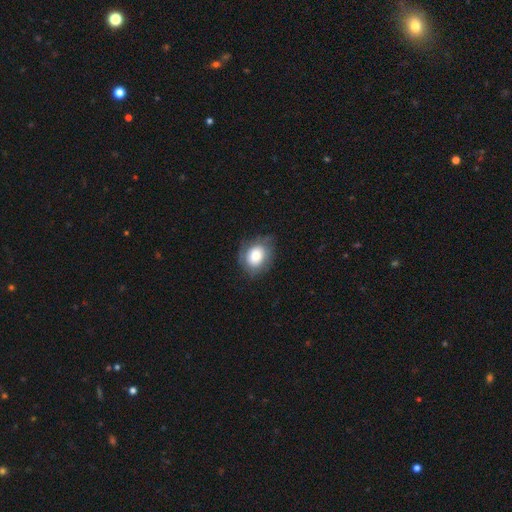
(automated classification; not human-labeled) smooth_or_featured: smooth (p=0.69) [alt: featured or disk p=0.23]
how_rounded: in between (p=0.50) [alt: round p=0.49]
merging: none (p=0.67) [alt: minor disturbance p=0.23]